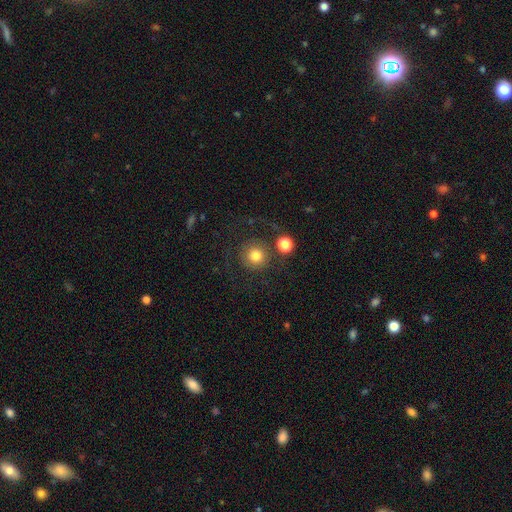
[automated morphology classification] Q: Smooth or featured?
A: smooth (77%); runner-up: featured or disk (12%)
Q: How rounded?
A: round (94%); runner-up: in between (5%)
Q: Merging?
A: none (72%); runner-up: minor disturbance (10%)